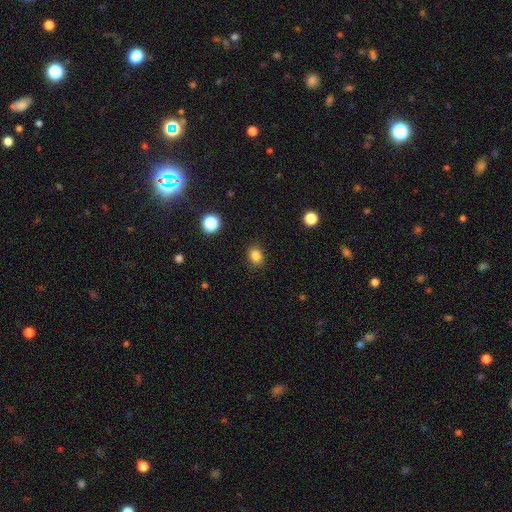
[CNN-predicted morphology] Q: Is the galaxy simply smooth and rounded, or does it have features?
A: smooth — 83%.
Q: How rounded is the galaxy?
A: in between — 50%.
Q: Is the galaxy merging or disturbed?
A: none — 88%.